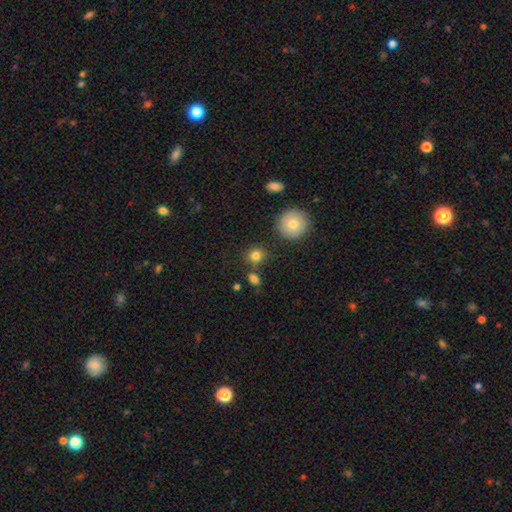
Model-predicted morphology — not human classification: Overall: smooth (81%). How rounded: round (84%). Merging: none (76%).